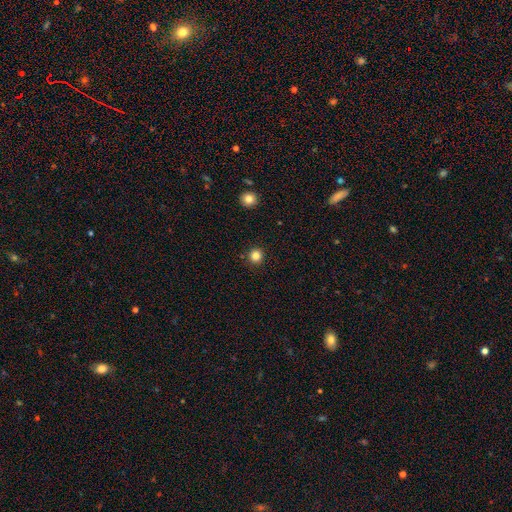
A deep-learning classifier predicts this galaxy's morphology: Smooth or featured?
  - smooth: 84% *
  - star or artifact: 12%
  - featured or disk: 4%
How rounded?
  - round: 95% *
  - in between: 4%
  - cigar-shaped: 1%
Merging?
  - none: 92% *
  - minor disturbance: 5%
  - major disturbance: 2%
  - merger: 1%